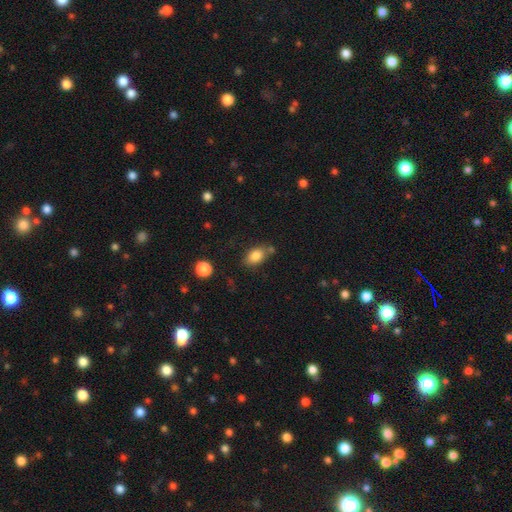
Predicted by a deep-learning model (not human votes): Smooth or featured?
  - smooth: 84% *
  - star or artifact: 9%
  - featured or disk: 7%
How rounded?
  - in between: 84% *
  - round: 14%
  - cigar-shaped: 2%
Merging?
  - none: 69% *
  - minor disturbance: 16%
  - merger: 10%
  - major disturbance: 5%